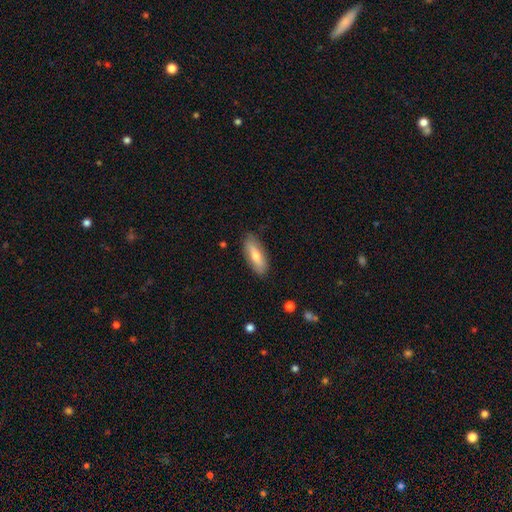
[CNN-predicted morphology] Q: Smooth or featured?
A: smooth (66%); runner-up: featured or disk (27%)
Q: How rounded?
A: in between (67%); runner-up: cigar-shaped (31%)
Q: Merging?
A: none (83%); runner-up: minor disturbance (13%)